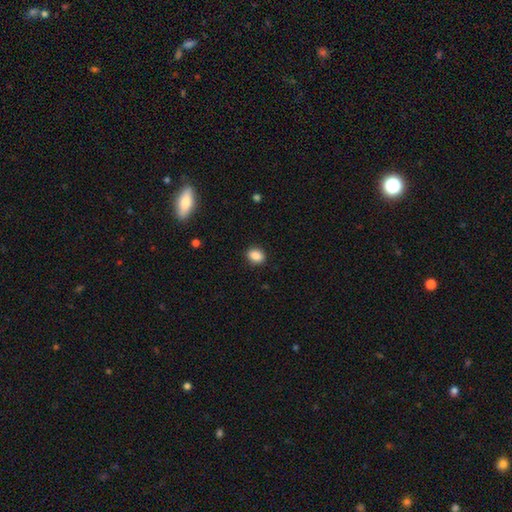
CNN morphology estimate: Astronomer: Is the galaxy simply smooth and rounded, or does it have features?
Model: smooth — 88%.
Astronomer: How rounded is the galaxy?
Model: in between — 58% (runner-up: round, 40%).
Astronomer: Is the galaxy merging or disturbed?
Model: none — 88%.